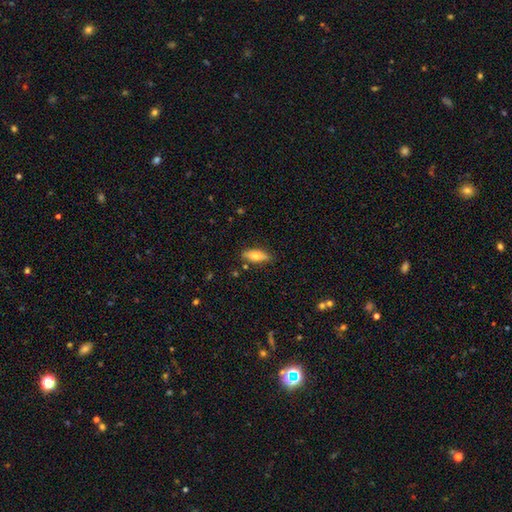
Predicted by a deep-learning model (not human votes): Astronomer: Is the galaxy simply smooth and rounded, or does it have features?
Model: smooth — 68%.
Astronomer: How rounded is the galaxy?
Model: in between — 70%.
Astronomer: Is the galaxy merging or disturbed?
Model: none — 83%.